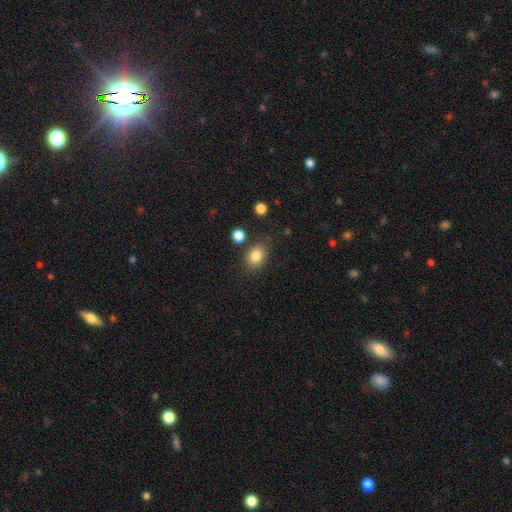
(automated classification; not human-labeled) smooth 83%, star or artifact 10%, featured or disk 7%. Down the decision tree: how rounded — in between (60%); merging — none (78%).